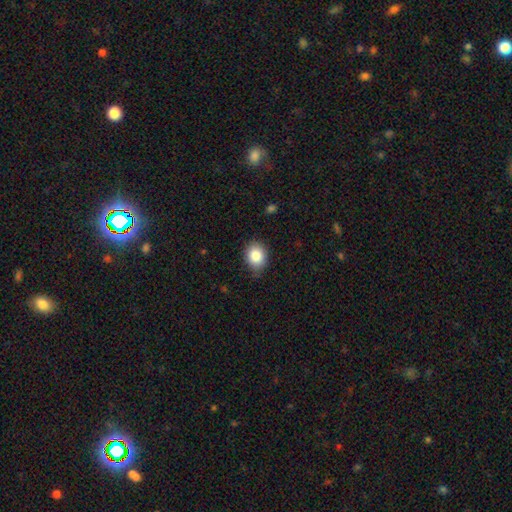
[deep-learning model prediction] A smooth galaxy with no disk features (85%) that is in between round and cigar-shaped (50%).

Vote fractions:
- Smooth or featured? smooth: 85% / star or artifact: 9% / featured or disk: 6%
- How rounded? in between: 50% / round: 49% / cigar-shaped: 1%
- Merging? none: 80% / minor disturbance: 16% / major disturbance: 3% / merger: 1%